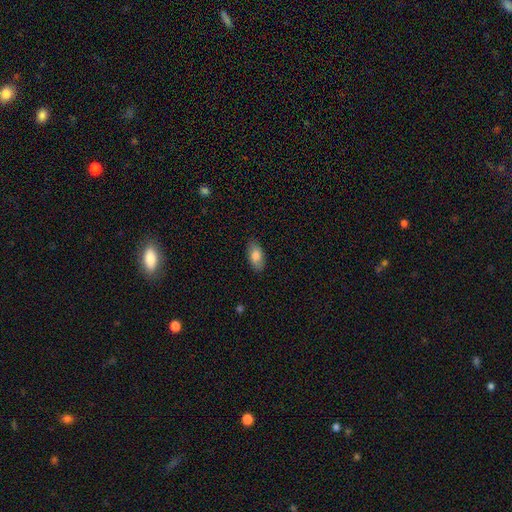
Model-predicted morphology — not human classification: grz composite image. It shows a smooth galaxy with no disk features (79%) that is in between round and cigar-shaped (92%). Merging: none (86%).